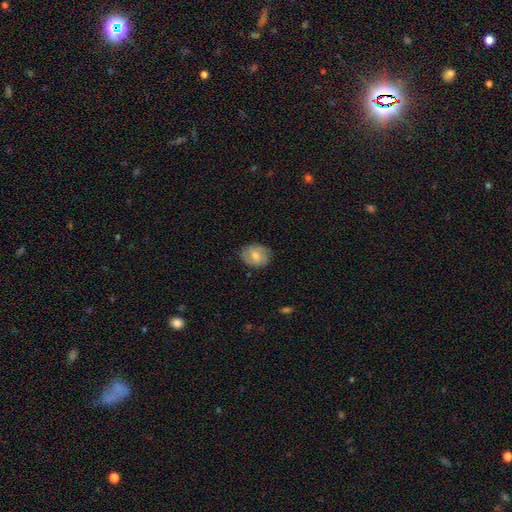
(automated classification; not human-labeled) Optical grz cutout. It shows a smooth galaxy with no disk features (64%) that is in between round and cigar-shaped (55%). Merging: none (79%).